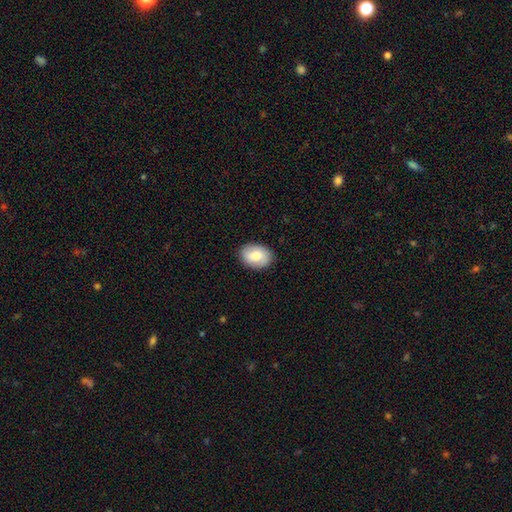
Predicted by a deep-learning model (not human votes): Smooth or featured?
  - smooth: 75% *
  - featured or disk: 18%
  - star or artifact: 7%
How rounded?
  - in between: 76% *
  - round: 23%
  - cigar-shaped: 1%
Merging?
  - none: 88% *
  - minor disturbance: 9%
  - major disturbance: 2%
  - merger: 1%